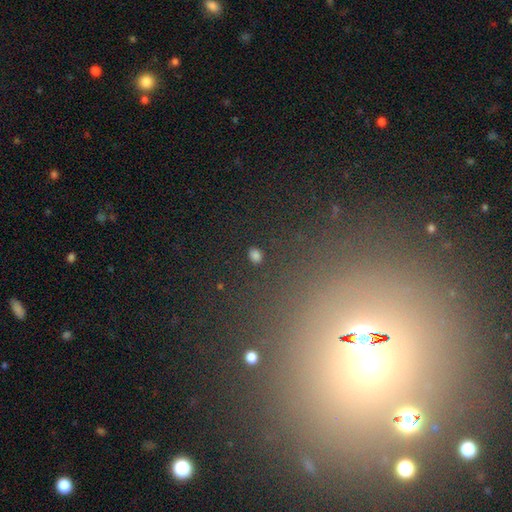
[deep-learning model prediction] Q: Smooth or featured?
A: smooth (48%); runner-up: star or artifact (42%)
Q: Merging?
A: none (85%); runner-up: minor disturbance (8%)